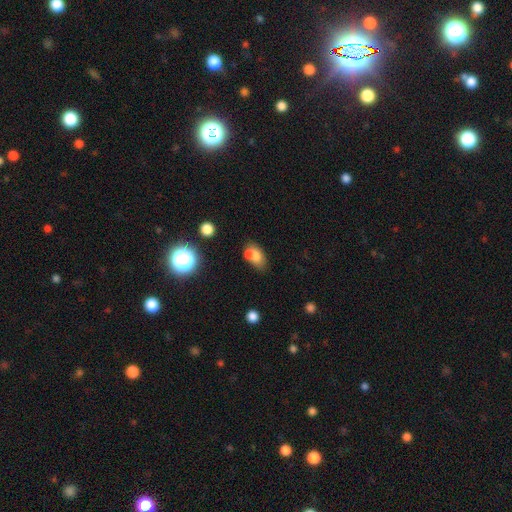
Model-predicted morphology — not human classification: smooth-or-featured: smooth: 71% | featured or disk: 17% | star or artifact: 13%
  how-rounded: in between: 75% | round: 22% | cigar-shaped: 3%
  merging: merger: 47% | none: 34% | minor disturbance: 14% | major disturbance: 6%